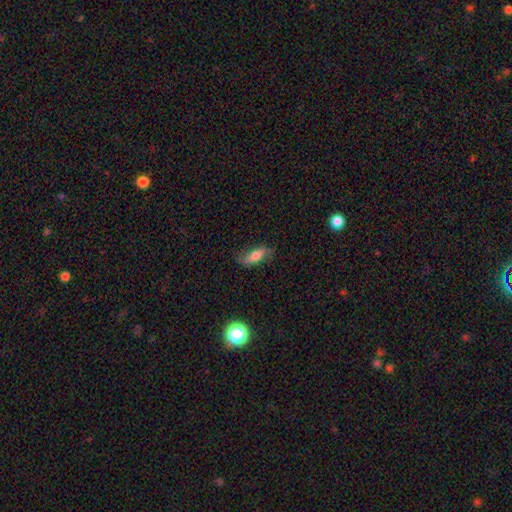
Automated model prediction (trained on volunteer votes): The model was most divided on "smooth or featured": smooth: 61%, featured or disk: 30%, star or artifact: 9%. More confident: how rounded — in between (71%); merging — none (67%).